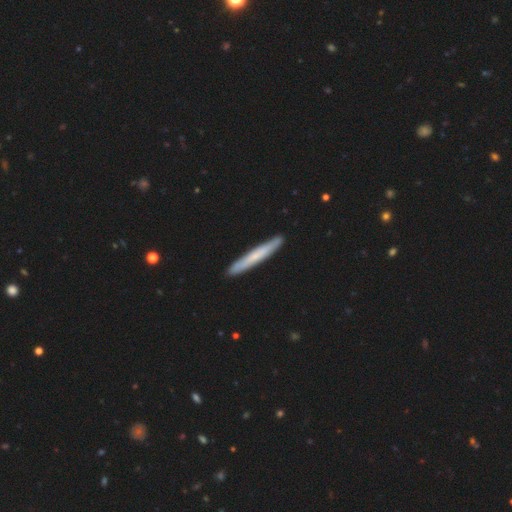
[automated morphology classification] This is possibly a smooth galaxy (57%). How rounded: clearly cigar-shaped (96%). Merging: clearly none (91%).